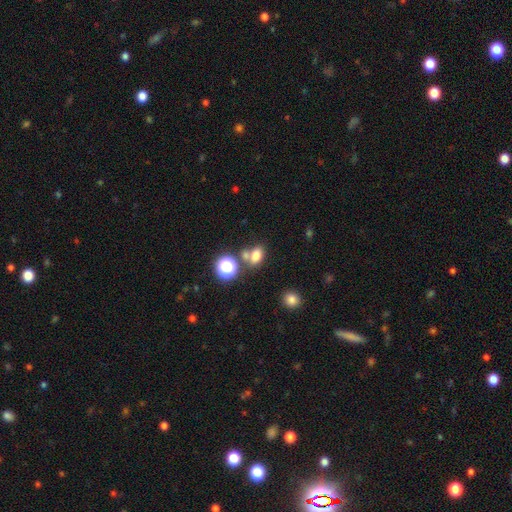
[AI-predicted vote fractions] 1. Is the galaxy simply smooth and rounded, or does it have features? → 74% smooth, 17% star or artifact, 9% featured or disk.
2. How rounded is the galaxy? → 73% in between, 25% round, 2% cigar-shaped.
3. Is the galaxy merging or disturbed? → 56% none, 27% merger, 12% minor disturbance, 5% major disturbance.